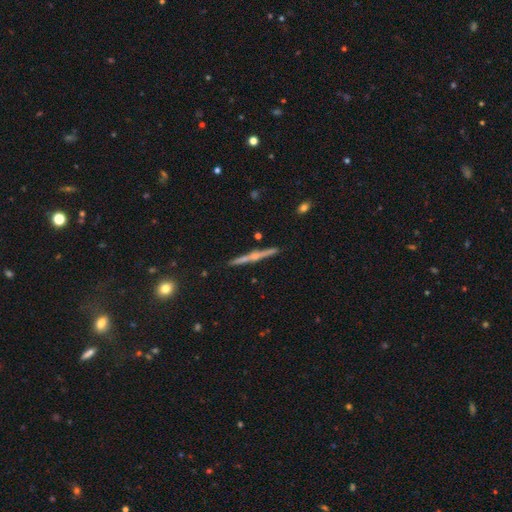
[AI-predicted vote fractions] Smooth or featured: featured or disk — 75% (smooth — 18%)
Edge-on disk: yes — 98% (no — 2%)
Edge-on bulge: rounded — 75% (none — 18%)
Merging: none — 90% (minor disturbance — 7%)